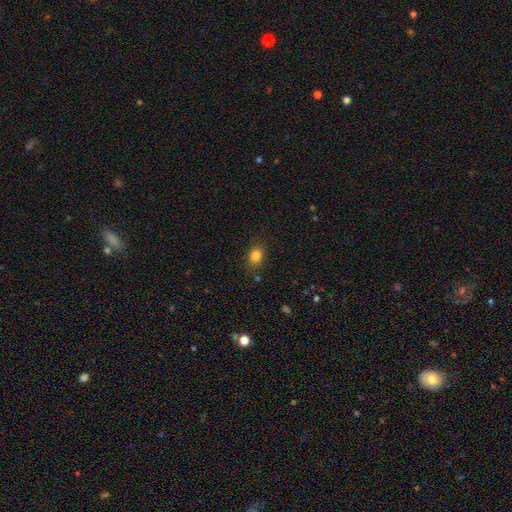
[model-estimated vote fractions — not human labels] Q: Smooth or featured?
A: smooth (83%); runner-up: star or artifact (11%)
Q: How rounded?
A: in between (62%); runner-up: round (37%)
Q: Merging?
A: none (81%); runner-up: minor disturbance (14%)